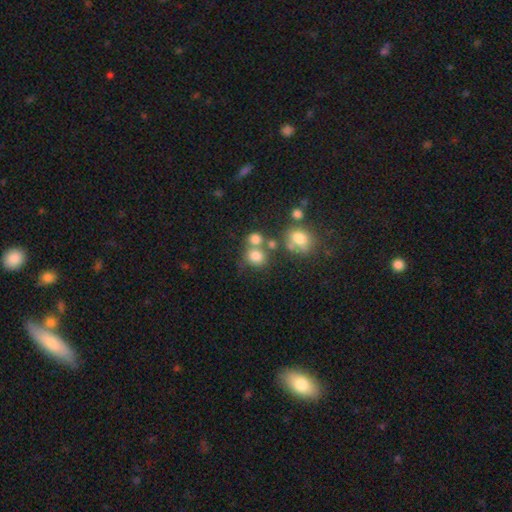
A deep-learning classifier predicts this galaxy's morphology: Smooth or featured?
  - smooth: 75% *
  - star or artifact: 15%
  - featured or disk: 10%
How rounded?
  - round: 73% *
  - in between: 26%
  - cigar-shaped: 1%
Merging?
  - none: 49% *
  - merger: 33%
  - minor disturbance: 12%
  - major disturbance: 6%